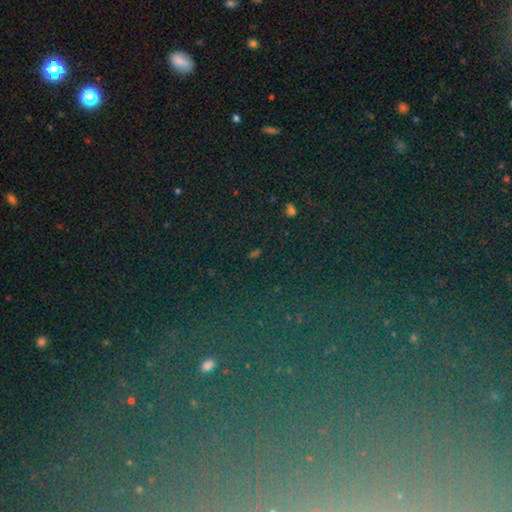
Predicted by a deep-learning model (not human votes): Overall: star or artifact (77%).